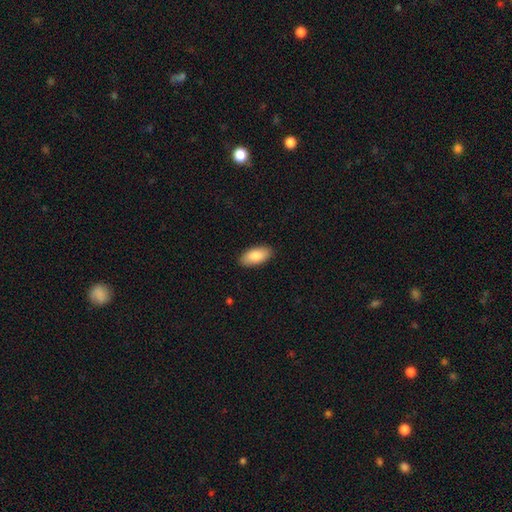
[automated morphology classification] Smooth or featured?
  - smooth: 86% *
  - featured or disk: 8%
  - star or artifact: 6%
How rounded?
  - in between: 92% *
  - cigar-shaped: 6%
  - round: 2%
Merging?
  - none: 89% *
  - minor disturbance: 8%
  - major disturbance: 2%
  - merger: 1%